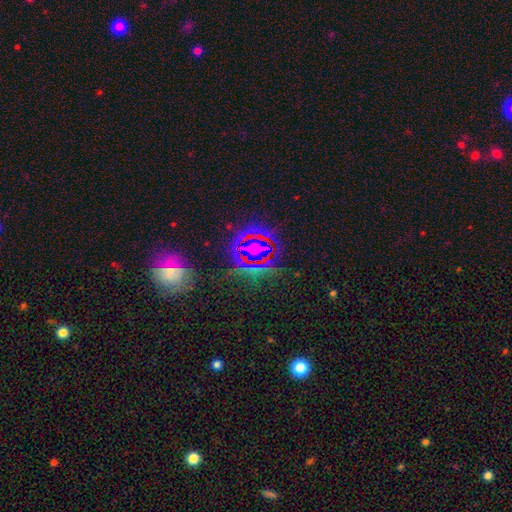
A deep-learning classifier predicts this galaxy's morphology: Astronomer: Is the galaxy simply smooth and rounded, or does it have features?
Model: star or artifact — 77%.